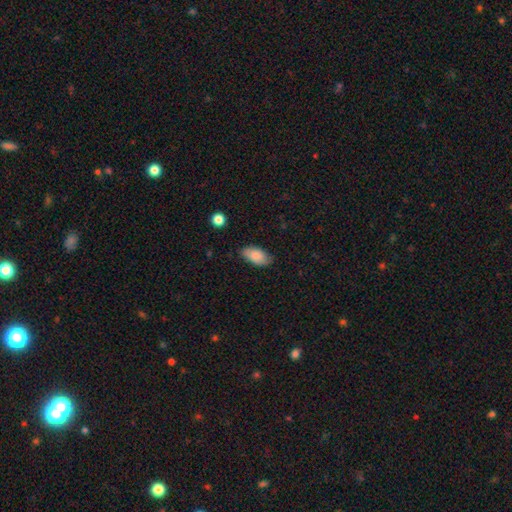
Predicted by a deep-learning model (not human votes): Smooth or featured: smooth — 85% (featured or disk — 8%)
How rounded: in between — 93% (round — 3%)
Merging: none — 77% (minor disturbance — 19%)